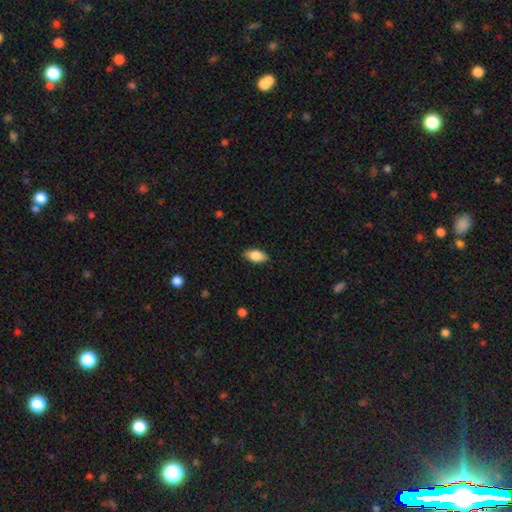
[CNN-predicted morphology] Smooth or featured? smooth (81%)
How rounded? in between (89%)
Merging? none (84%)